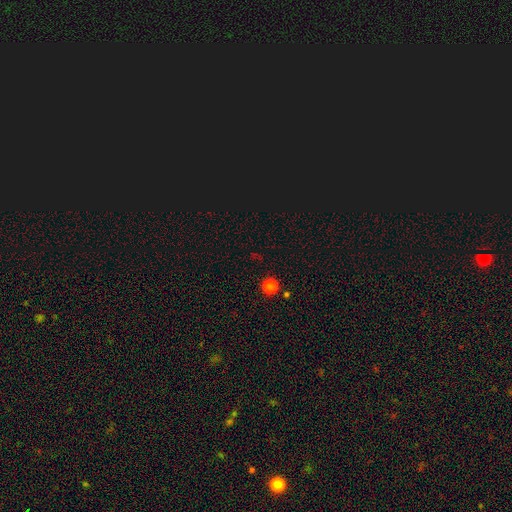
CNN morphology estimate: star or artifact 51%, smooth 43%, featured or disk 5%.